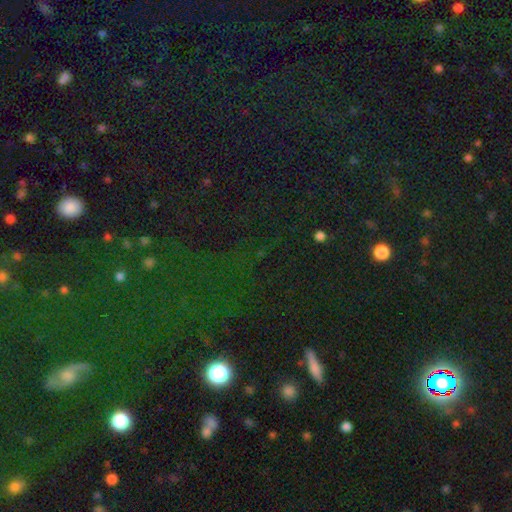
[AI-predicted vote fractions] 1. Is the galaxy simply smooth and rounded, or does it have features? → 73% star or artifact, 18% smooth, 9% featured or disk.